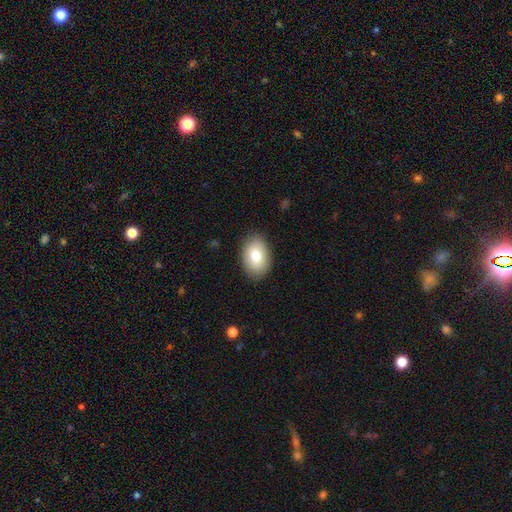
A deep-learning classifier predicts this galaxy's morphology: A smooth galaxy with no disk features (80%) that is in between round and cigar-shaped (87%). Merging: none (87%).